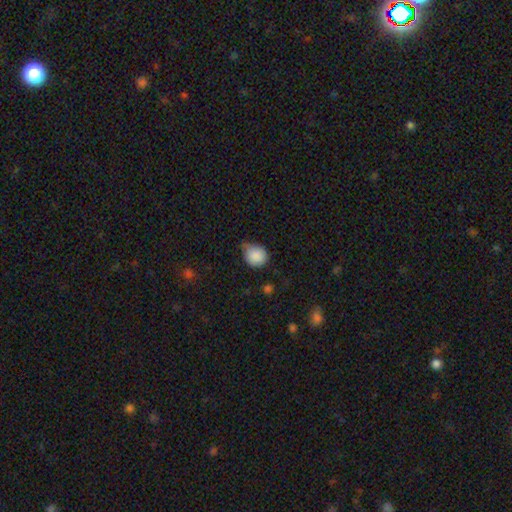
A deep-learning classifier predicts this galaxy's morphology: type=smooth (87%); roundness=round (74%); merging=minor disturbance (47%).